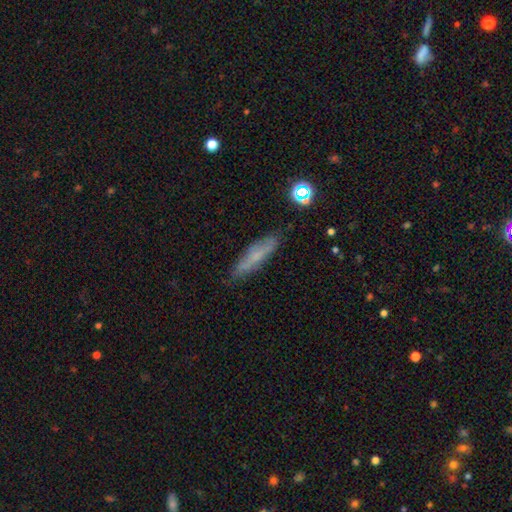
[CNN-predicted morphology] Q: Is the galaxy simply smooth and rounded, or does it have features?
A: smooth — 55%.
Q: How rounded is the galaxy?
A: cigar-shaped — 80%.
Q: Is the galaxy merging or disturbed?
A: none — 80%.